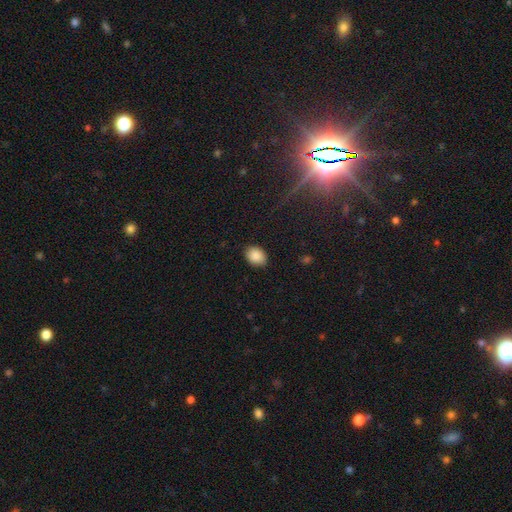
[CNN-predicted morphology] Smooth or featured? smooth (89%)
How rounded? in between (71%)
Merging? none (85%)